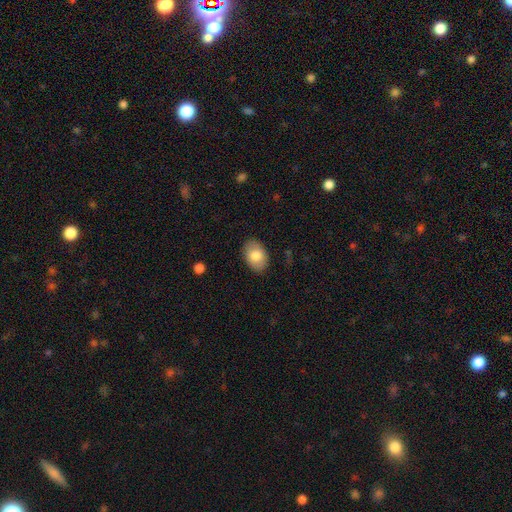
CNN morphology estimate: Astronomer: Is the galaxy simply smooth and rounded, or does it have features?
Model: smooth — 80%.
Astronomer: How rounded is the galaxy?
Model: in between — 85%.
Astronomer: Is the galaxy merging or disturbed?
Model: none — 87%.